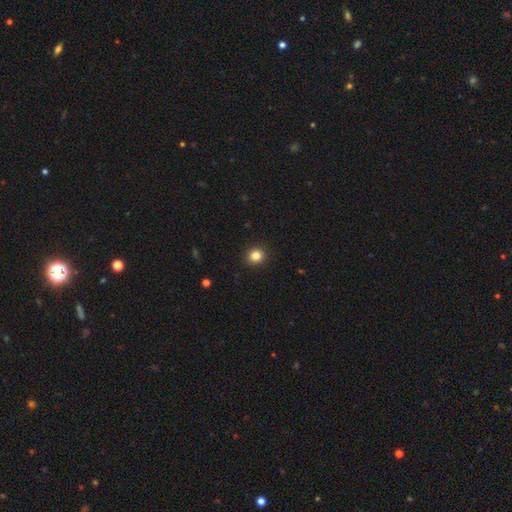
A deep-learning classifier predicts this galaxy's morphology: A smooth galaxy with no disk features (84%) that is round (86%).

Vote fractions:
- Smooth or featured? smooth: 84% / star or artifact: 11% / featured or disk: 5%
- How rounded? round: 86% / in between: 13% / cigar-shaped: 1%
- Merging? none: 93% / minor disturbance: 5% / major disturbance: 2% / merger: 1%